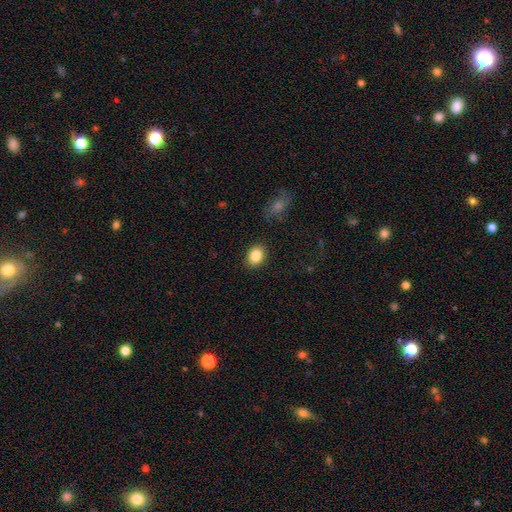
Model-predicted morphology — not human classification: smooth_or_featured: smooth (p=0.85) [alt: star or artifact p=0.09]
how_rounded: in between (p=0.58) [alt: round p=0.41]
merging: none (p=0.88) [alt: minor disturbance p=0.08]